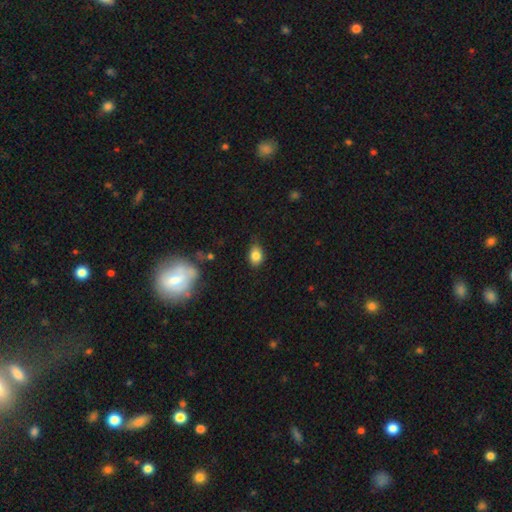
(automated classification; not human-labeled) Smooth or featured: smooth — 83% (star or artifact — 9%)
How rounded: in between — 76% (round — 22%)
Merging: none — 72% (minor disturbance — 22%)